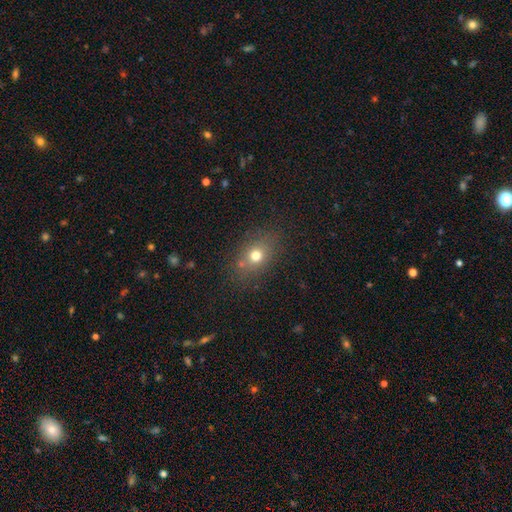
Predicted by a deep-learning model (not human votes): This appears to be a smooth galaxy with no disk features (71%) that is in between round and cigar-shaped (52%). Merging: none (76%).